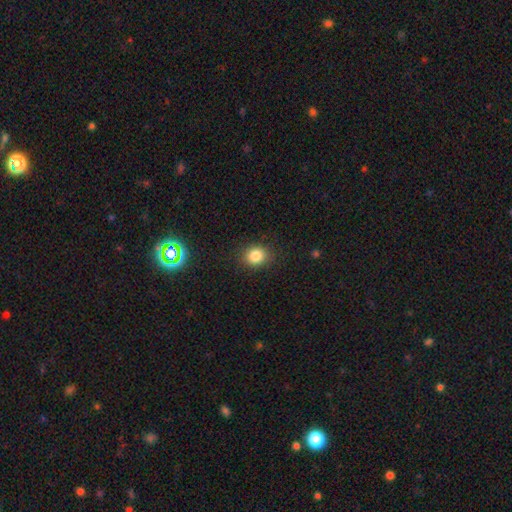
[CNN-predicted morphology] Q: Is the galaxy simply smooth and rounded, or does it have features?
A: smooth — 83%.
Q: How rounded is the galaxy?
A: round — 70%.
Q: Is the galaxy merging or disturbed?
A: none — 86%.